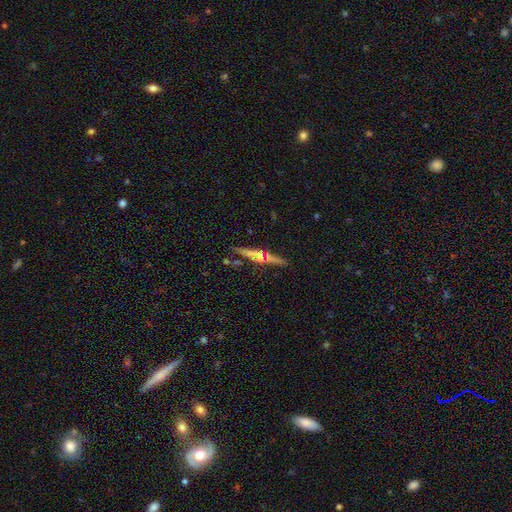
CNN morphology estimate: The model was most divided on "smooth or featured": featured or disk: 49%, smooth: 37%, star or artifact: 13%. More confident: merging — none (86%).